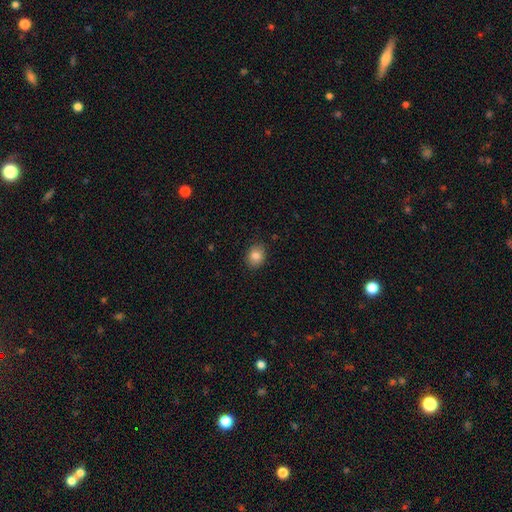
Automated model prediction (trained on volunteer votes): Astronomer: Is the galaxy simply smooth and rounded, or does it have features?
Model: smooth — 83%.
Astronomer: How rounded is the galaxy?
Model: round — 60% (runner-up: in between, 39%).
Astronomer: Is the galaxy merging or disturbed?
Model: none — 88%.